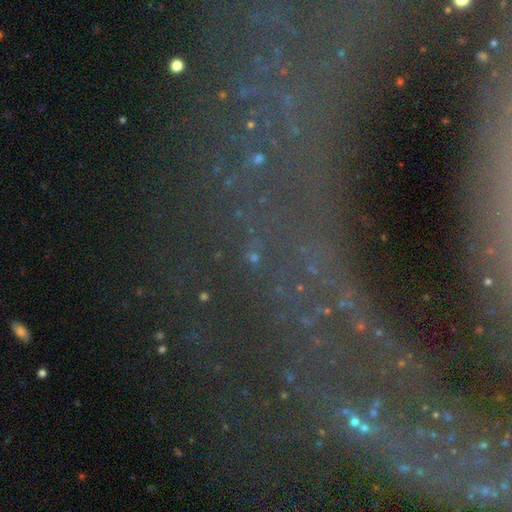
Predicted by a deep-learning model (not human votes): This appears to be a star or artifact, not a galaxy (70%).